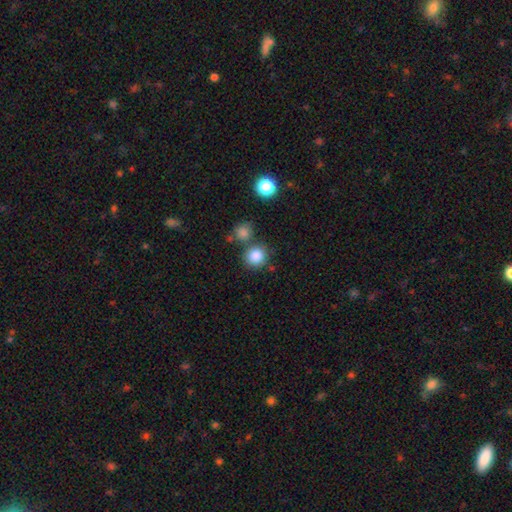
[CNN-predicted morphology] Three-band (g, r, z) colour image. It shows a smooth galaxy with no disk features (85%) that is round (87%). Merging: none (70%).